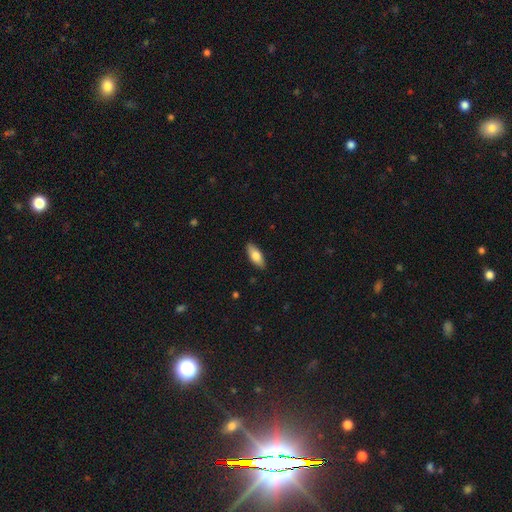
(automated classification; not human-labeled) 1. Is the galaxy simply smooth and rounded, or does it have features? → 77% smooth, 17% featured or disk, 6% star or artifact.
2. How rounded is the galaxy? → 80% in between, 18% cigar-shaped, 2% round.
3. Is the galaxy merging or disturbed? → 89% none, 8% minor disturbance, 2% major disturbance, 1% merger.